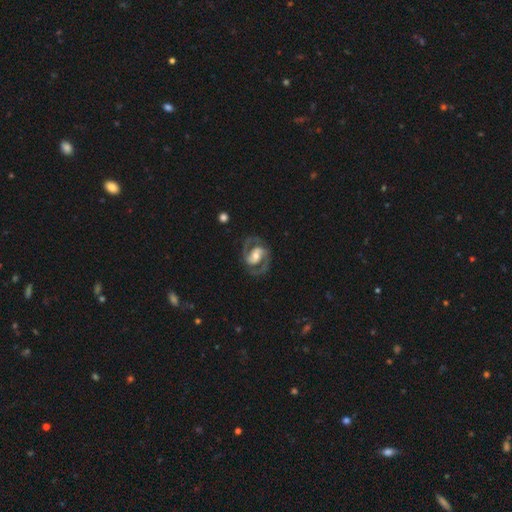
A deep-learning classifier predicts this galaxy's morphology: The model was most divided on "bar": weak: 40%, strong: 32%, no: 28%. More confident: edge-on disk — no (98%); spiral arms — yes (97%); spiral arm count — 2 (93%); smooth or featured — featured or disk (89%); merging — none (80%); spiral winding — medium (62%); bulge size — moderate (59%).